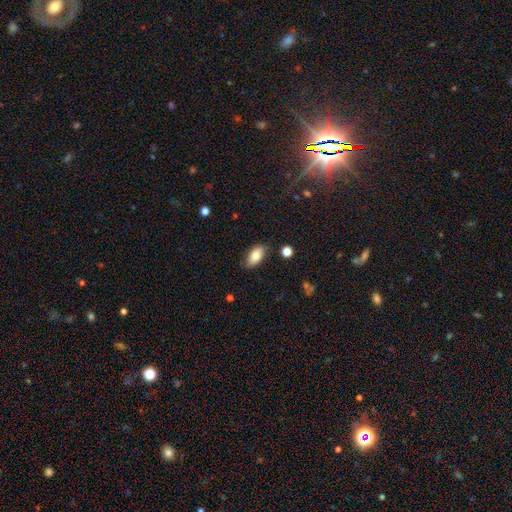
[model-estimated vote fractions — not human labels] A smooth galaxy with no disk features (80%) that is in between round and cigar-shaped (92%).

Vote fractions:
- Smooth or featured? smooth: 80% / featured or disk: 13% / star or artifact: 7%
- How rounded? in between: 92% / round: 4% / cigar-shaped: 3%
- Merging? none: 80% / minor disturbance: 15% / major disturbance: 3% / merger: 2%